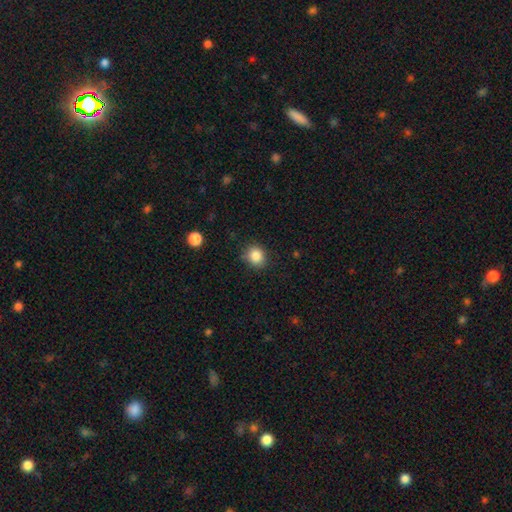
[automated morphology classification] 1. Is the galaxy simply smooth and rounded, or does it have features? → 85% smooth, 10% star or artifact, 5% featured or disk.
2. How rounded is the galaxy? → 77% round, 22% in between, 1% cigar-shaped.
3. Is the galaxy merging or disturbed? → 84% none, 12% minor disturbance, 3% major disturbance, 2% merger.